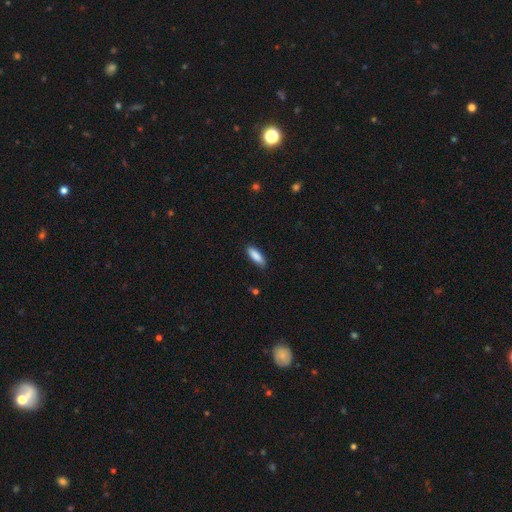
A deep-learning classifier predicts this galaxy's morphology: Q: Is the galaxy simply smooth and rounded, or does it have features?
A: smooth — 88%.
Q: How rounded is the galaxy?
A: in between — 57%.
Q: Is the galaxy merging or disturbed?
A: none — 85%.